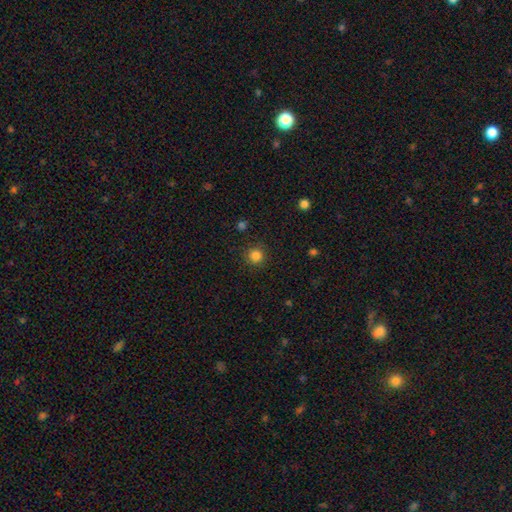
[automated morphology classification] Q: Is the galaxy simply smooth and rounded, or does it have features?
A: smooth — 84%.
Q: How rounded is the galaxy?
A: round — 94%.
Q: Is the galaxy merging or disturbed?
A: none — 89%.